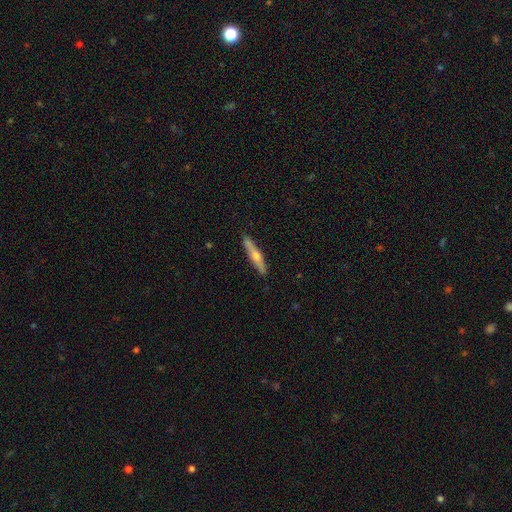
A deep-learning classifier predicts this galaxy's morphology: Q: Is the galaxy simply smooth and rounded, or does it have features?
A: featured or disk — 55%.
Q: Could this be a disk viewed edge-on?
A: yes — 93%.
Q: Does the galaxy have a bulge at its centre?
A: rounded — 86%.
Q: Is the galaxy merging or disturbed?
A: none — 89%.